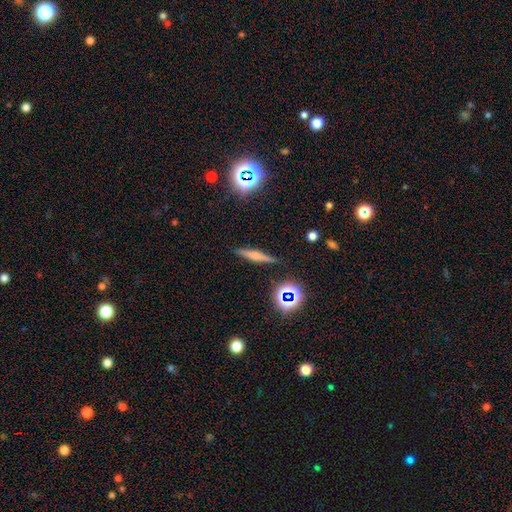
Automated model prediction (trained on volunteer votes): smooth_or_featured: smooth (p=0.48) [alt: featured or disk p=0.38]
merging: none (p=0.87) [alt: minor disturbance p=0.09]